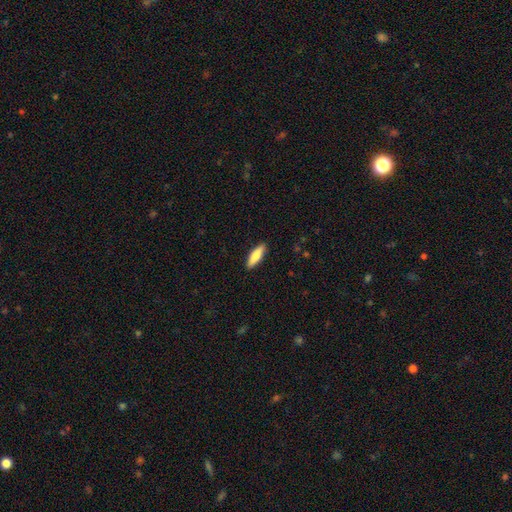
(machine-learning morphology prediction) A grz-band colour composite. It shows a smooth galaxy with no disk features (79%) that is cigar-shaped (56%). Merging: none (90%).